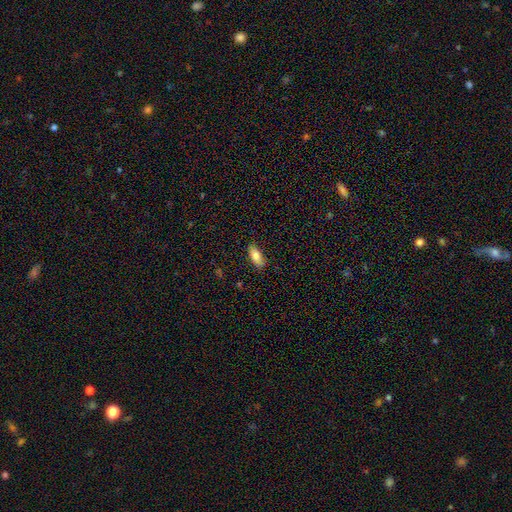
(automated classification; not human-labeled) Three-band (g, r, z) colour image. It shows a smooth galaxy with no disk features (79%) that is in between round and cigar-shaped (82%). Merging: none (86%).